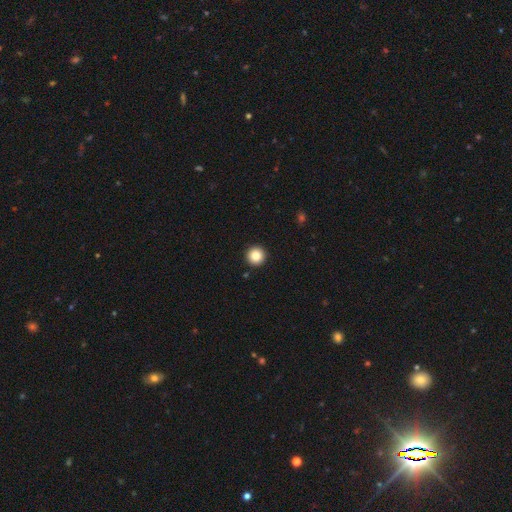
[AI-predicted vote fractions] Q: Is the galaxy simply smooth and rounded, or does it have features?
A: smooth — 84%.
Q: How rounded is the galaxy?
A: round — 97%.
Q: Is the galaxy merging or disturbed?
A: none — 93%.